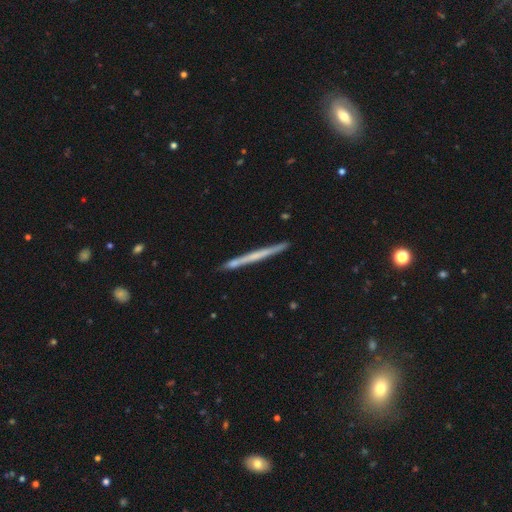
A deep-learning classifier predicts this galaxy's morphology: type=featured or disk (55%); edge-on=yes (97%); edge-on bulge=none (85%); merging=none (89%).